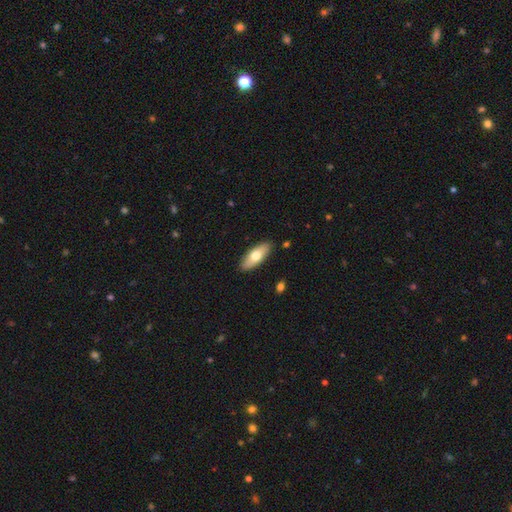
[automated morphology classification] Smooth or featured? smooth (68%)
How rounded? in between (74%)
Merging? none (89%)